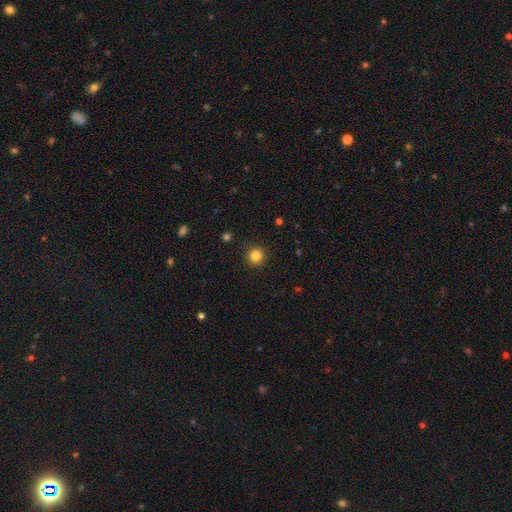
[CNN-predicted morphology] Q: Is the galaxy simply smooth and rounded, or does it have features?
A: smooth — 84%.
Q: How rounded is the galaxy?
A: round — 95%.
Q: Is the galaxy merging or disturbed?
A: none — 92%.